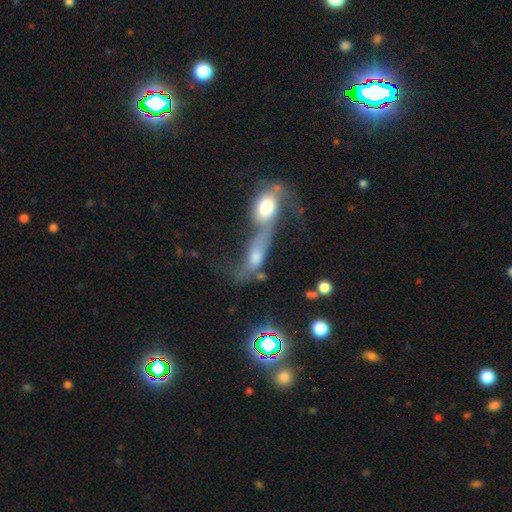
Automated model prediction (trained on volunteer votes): Smooth or featured? Predicted: smooth (p=0.45). Merging? Predicted: merger (p=0.75).